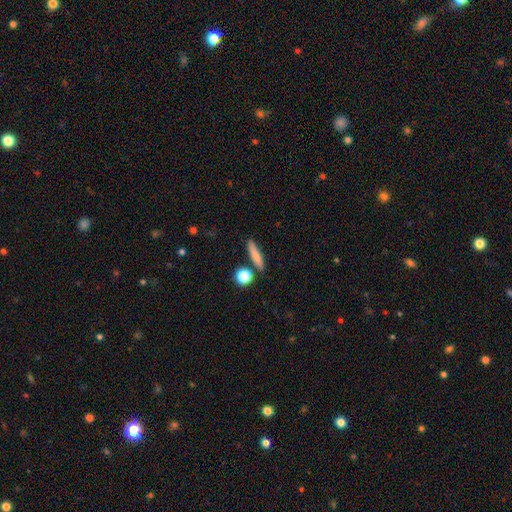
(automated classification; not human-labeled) This appears to be a smooth galaxy with no disk features (79%) that is cigar-shaped (76%). Merging: none (82%).